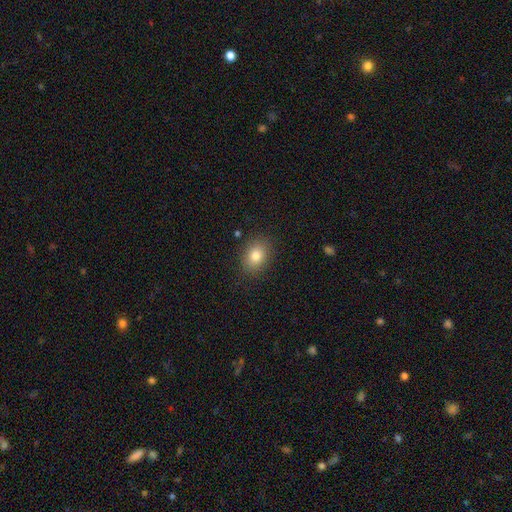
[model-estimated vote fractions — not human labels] Smooth or featured? smooth (81%)
How rounded? in between (61%)
Merging? none (87%)